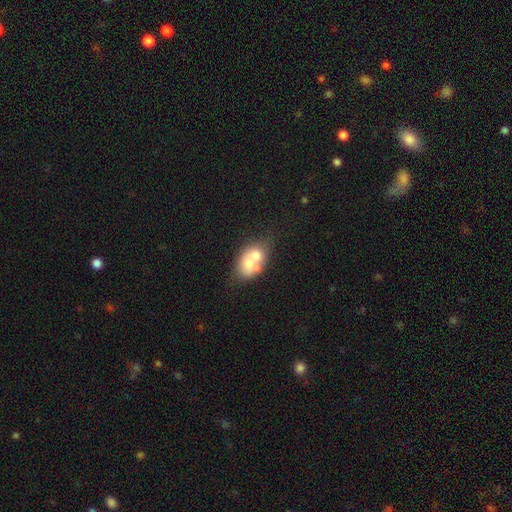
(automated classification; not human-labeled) smooth-or-featured: smooth: 60% | featured or disk: 32% | star or artifact: 8%
  how-rounded: in between: 68% | round: 31% | cigar-shaped: 2%
  merging: merger: 64% | none: 22% | minor disturbance: 9% | major disturbance: 4%